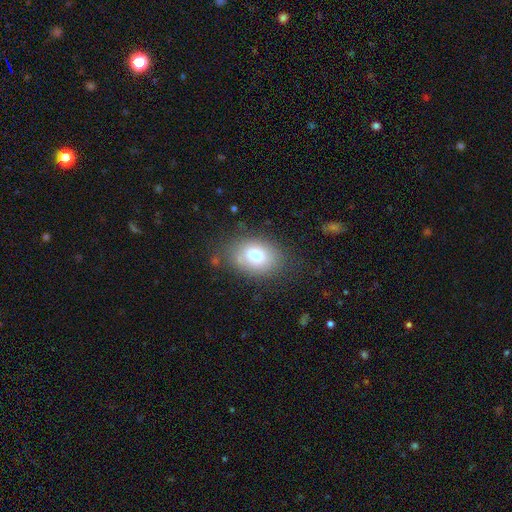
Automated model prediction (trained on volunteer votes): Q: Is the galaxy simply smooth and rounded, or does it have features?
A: smooth — 75%.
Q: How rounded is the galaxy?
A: in between — 74%.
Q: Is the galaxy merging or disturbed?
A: none — 72%.